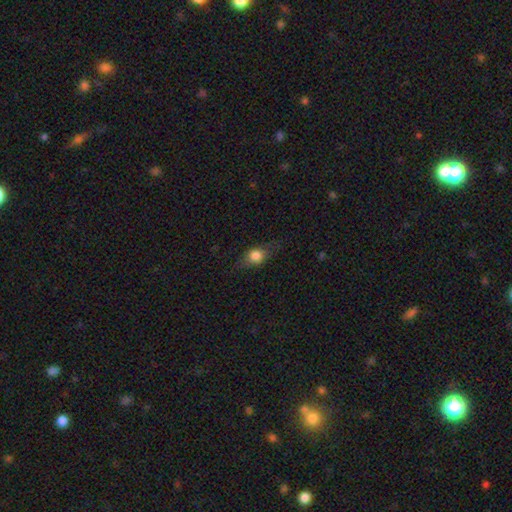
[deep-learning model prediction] A smooth galaxy with no disk features (70%) that is in between round and cigar-shaped (55%). Merging: none (73%).